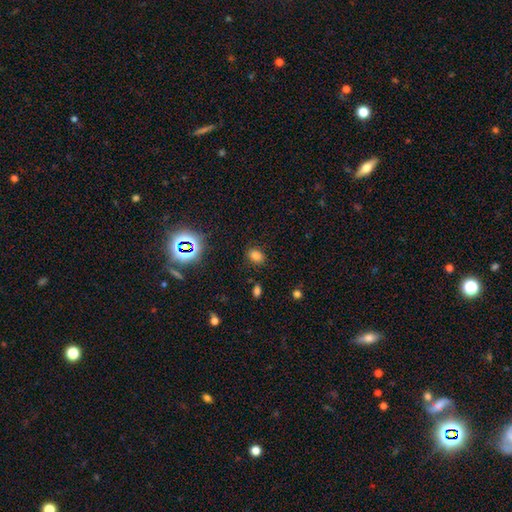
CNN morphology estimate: Smooth or featured? smooth (75%)
How rounded? in between (71%)
Merging? none (84%)